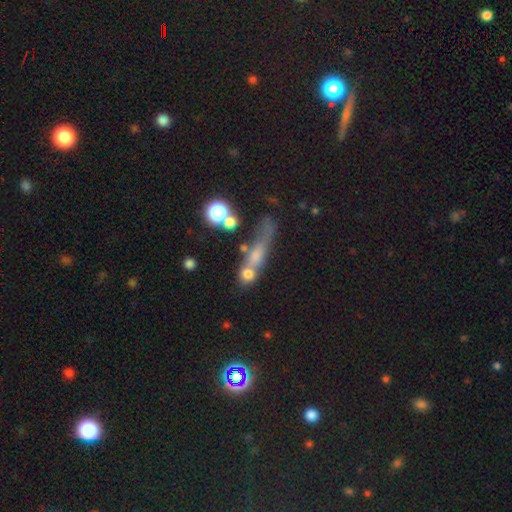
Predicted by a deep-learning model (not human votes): smooth_or_featured: smooth (p=0.50) [alt: featured or disk p=0.31]
merging: none (p=0.36) [alt: merger p=0.30]